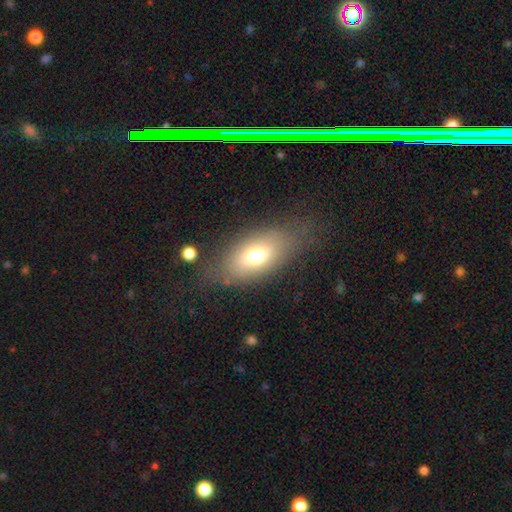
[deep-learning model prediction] smooth_or_featured: smooth (p=0.69) [alt: featured or disk p=0.20]
how_rounded: in between (p=0.83) [alt: round p=0.10]
merging: none (p=0.69) [alt: minor disturbance p=0.17]